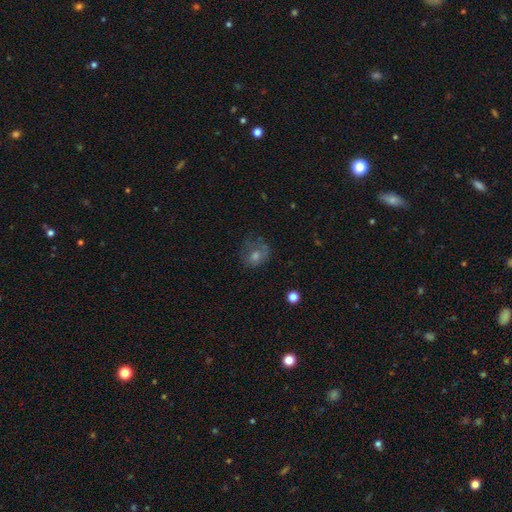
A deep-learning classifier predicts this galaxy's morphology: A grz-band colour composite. It shows a smooth galaxy with no disk features (51%) that is round (65%). Merging: none (53%).